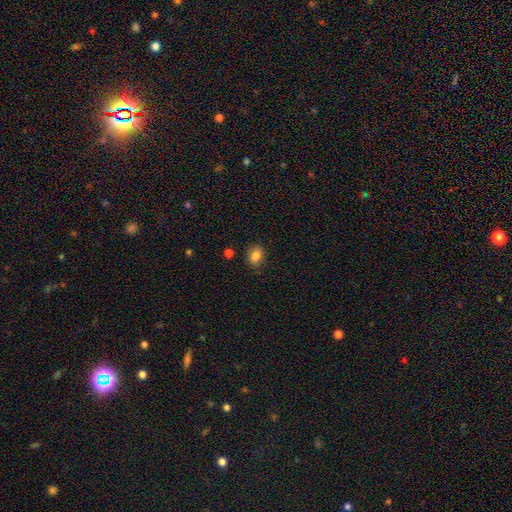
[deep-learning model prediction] smooth_or_featured: smooth (p=0.85) [alt: star or artifact p=0.10]
how_rounded: in between (p=0.64) [alt: round p=0.34]
merging: none (p=0.83) [alt: minor disturbance p=0.12]